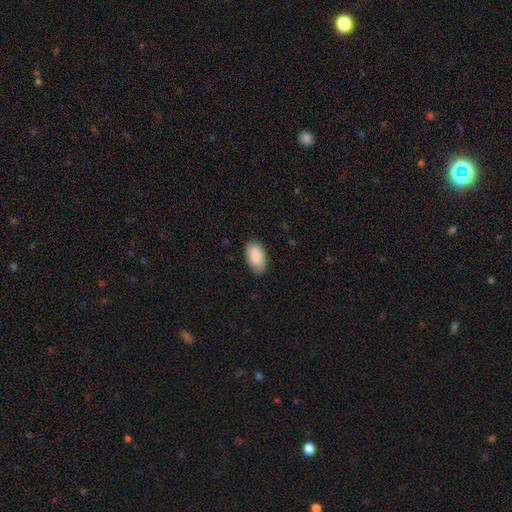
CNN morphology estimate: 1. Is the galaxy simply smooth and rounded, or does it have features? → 85% smooth, 9% featured or disk, 6% star or artifact.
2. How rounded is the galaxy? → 95% in between, 3% round, 2% cigar-shaped.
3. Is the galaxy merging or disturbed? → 76% none, 20% minor disturbance, 3% major disturbance, 1% merger.